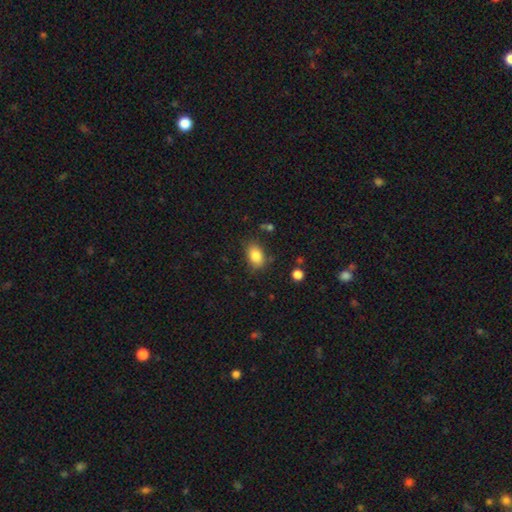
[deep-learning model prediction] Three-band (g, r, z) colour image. It shows a smooth galaxy with no disk features (84%) that is in between round and cigar-shaped (82%). Merging: none (77%).